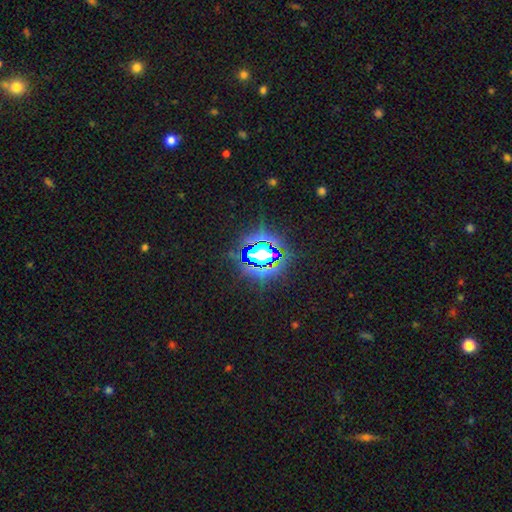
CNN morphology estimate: Smooth or featured? star or artifact (75%)